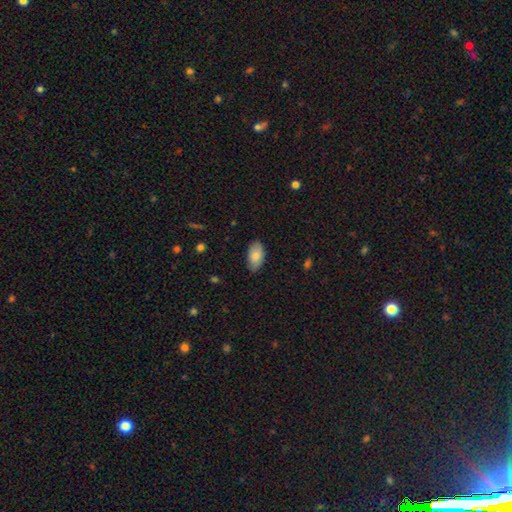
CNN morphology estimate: This appears to be a smooth galaxy with no disk features (83%) that is in between round and cigar-shaped (95%). Merging: none (81%).